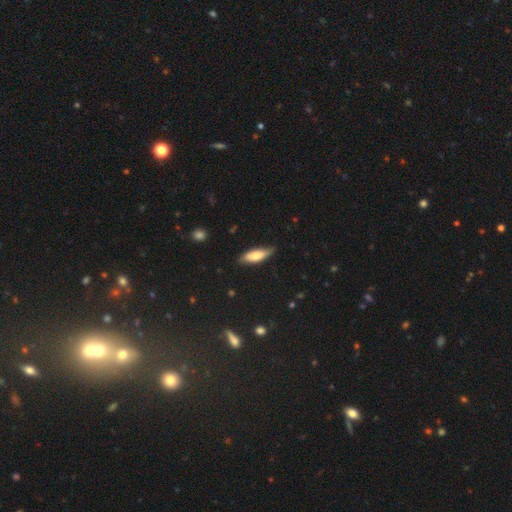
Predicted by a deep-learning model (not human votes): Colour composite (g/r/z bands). It shows a smooth galaxy with no disk features (74%) that is in between round and cigar-shaped (54%). Merging: none (76%).